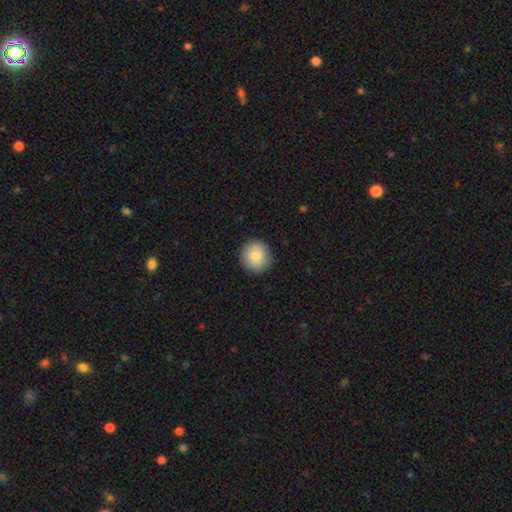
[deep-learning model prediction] smooth_or_featured: smooth (p=0.86) [alt: star or artifact p=0.07]
how_rounded: round (p=0.94) [alt: in between p=0.05]
merging: none (p=0.91) [alt: minor disturbance p=0.06]